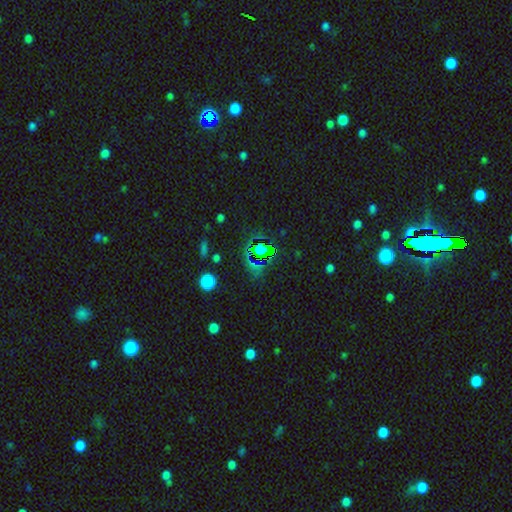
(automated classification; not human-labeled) A star or artifact, not a galaxy (65%).

Vote fractions:
- Smooth or featured? star or artifact: 65% / smooth: 24% / featured or disk: 11%